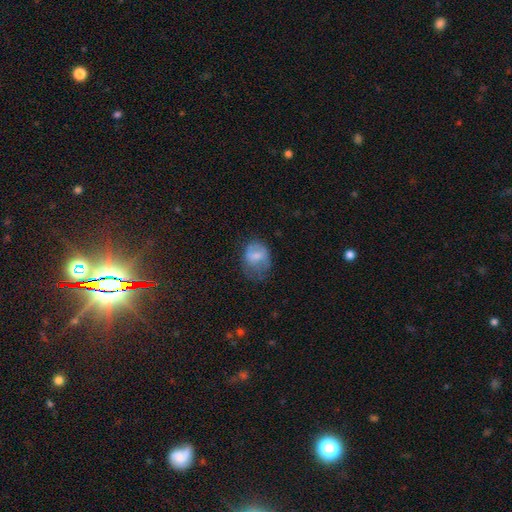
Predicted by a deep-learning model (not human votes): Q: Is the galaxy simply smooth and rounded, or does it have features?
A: smooth — 65%.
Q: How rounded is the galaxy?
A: in between — 55%.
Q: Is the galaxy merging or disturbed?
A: none — 36%.